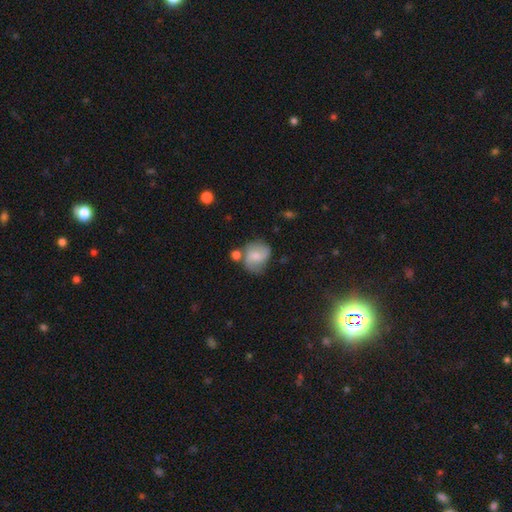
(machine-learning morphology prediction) Q: Smooth or featured?
A: smooth (49%); runner-up: featured or disk (42%)
Q: Merging?
A: none (57%); runner-up: minor disturbance (22%)